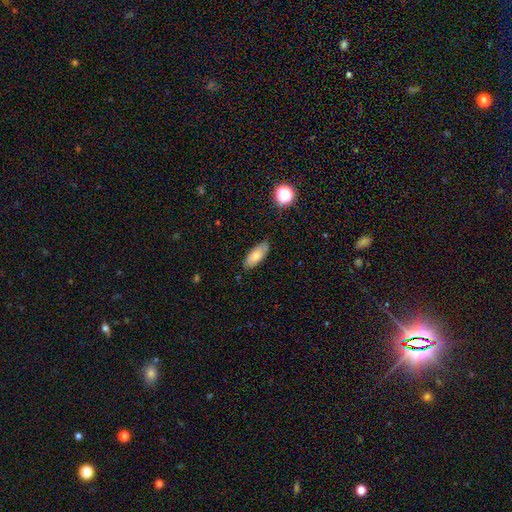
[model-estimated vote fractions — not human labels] This is likely a smooth galaxy (73%). How rounded: clearly in between (80%). Merging: clearly none (82%).